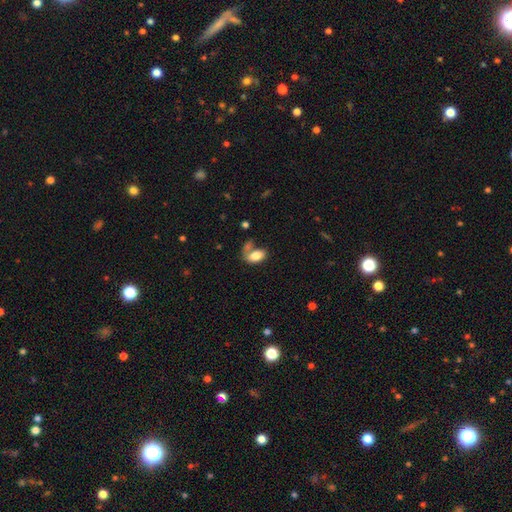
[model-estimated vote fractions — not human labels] This appears to be a smooth galaxy with no disk features (80%) that is in between round and cigar-shaped (91%). Merging: none (41%).